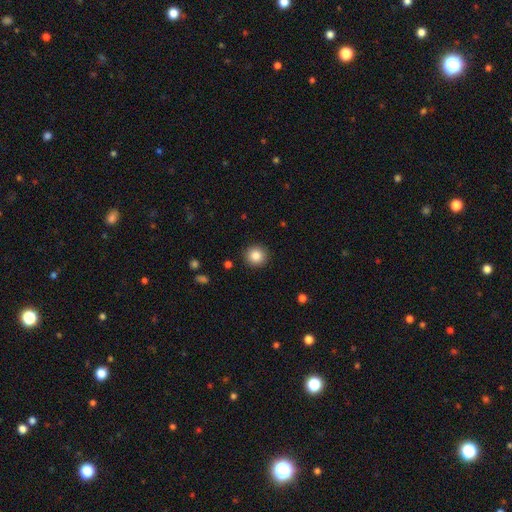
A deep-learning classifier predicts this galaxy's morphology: A smooth galaxy with no disk features (86%) that is round (93%). Merging: none (92%).